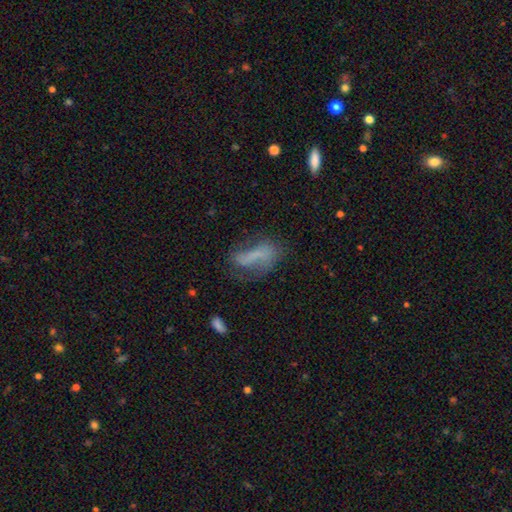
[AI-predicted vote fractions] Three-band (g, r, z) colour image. It shows a smooth galaxy with no disk features (45%). Merging: none (40%).